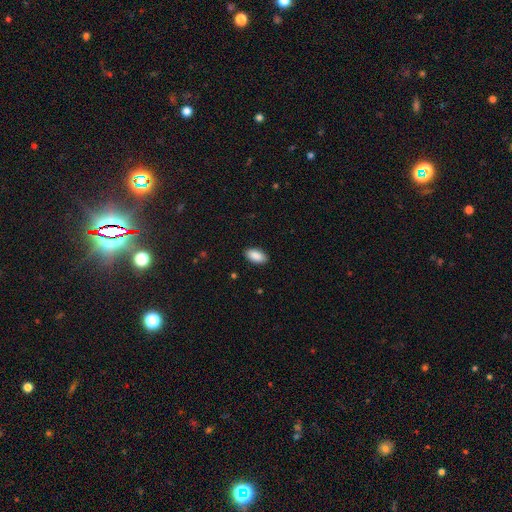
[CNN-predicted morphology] smooth 90%, star or artifact 6%, featured or disk 4%. Down the decision tree: how rounded — in between (94%); merging — none (89%).